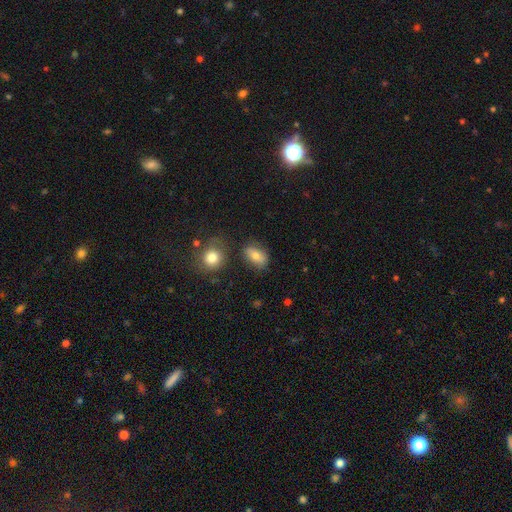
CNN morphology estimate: Smooth or featured?
  - smooth: 74% *
  - featured or disk: 17%
  - star or artifact: 9%
How rounded?
  - in between: 83% *
  - round: 13%
  - cigar-shaped: 4%
Merging?
  - none: 76% *
  - minor disturbance: 14%
  - merger: 6%
  - major disturbance: 4%